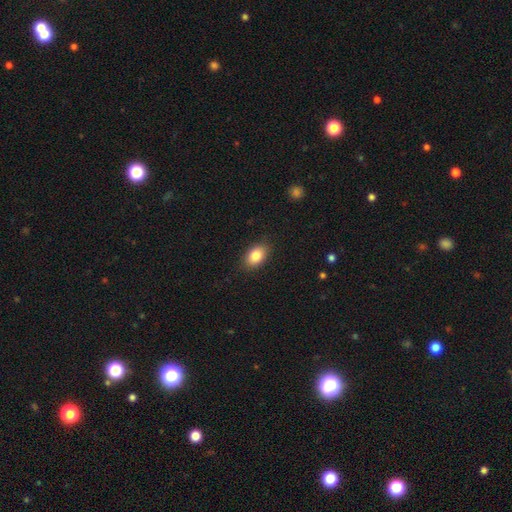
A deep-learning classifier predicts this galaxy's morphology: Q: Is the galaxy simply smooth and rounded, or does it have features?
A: smooth — 85%.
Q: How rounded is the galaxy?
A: in between — 87%.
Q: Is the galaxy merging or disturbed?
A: none — 87%.